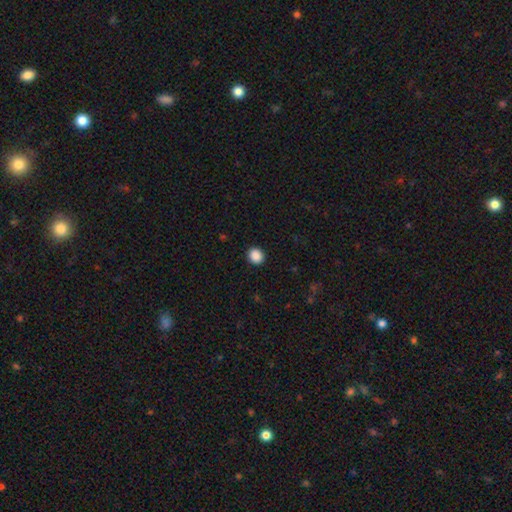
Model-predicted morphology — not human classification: A smooth galaxy with no disk features (89%) that is round (77%).

Vote fractions:
- Smooth or featured? smooth: 89% / star or artifact: 9% / featured or disk: 2%
- How rounded? round: 77% / in between: 22% / cigar-shaped: 1%
- Merging? none: 92% / minor disturbance: 5% / major disturbance: 2% / merger: 1%